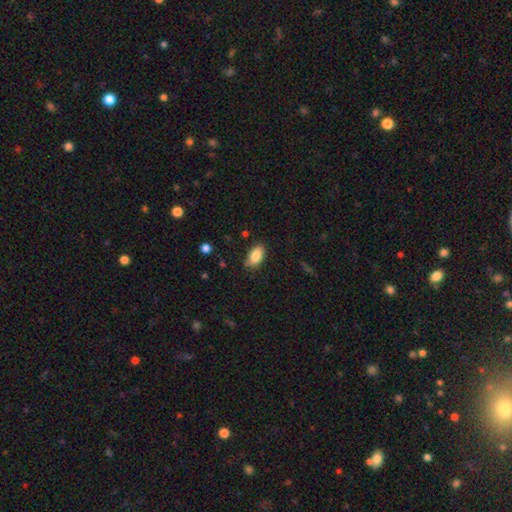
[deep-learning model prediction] Smooth or featured: smooth — 85% (featured or disk — 8%)
How rounded: in between — 93% (round — 4%)
Merging: none — 76% (minor disturbance — 19%)